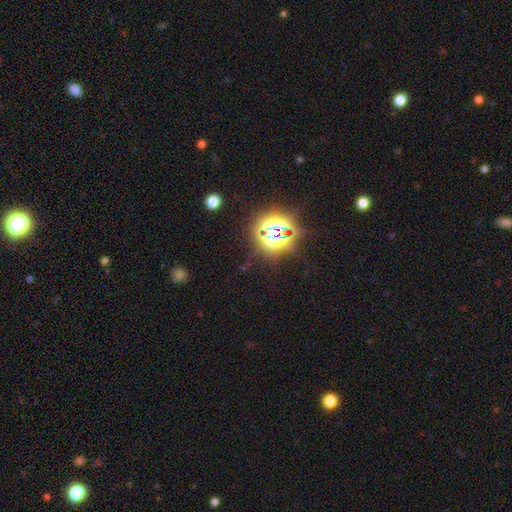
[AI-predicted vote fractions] Smooth or featured?
  - star or artifact: 80% *
  - smooth: 12%
  - featured or disk: 8%